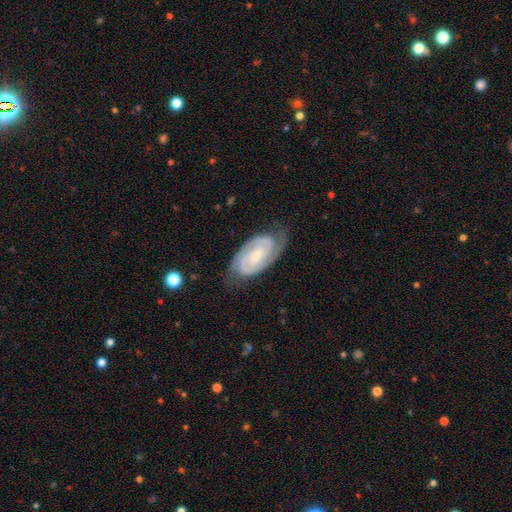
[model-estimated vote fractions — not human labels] Smooth or featured: featured or disk — 88% (smooth — 7%)
Edge-on disk: no — 96% (yes — 4%)
Bar: weak — 45% (no — 37%)
Spiral arms: yes — 98% (no — 2%)
Spiral winding: tight — 67% (medium — 29%)
Spiral arm count: 2 — 86% (can't tell — 6%)
Bulge size: small — 55% (moderate — 35%)
Merging: none — 75% (minor disturbance — 18%)